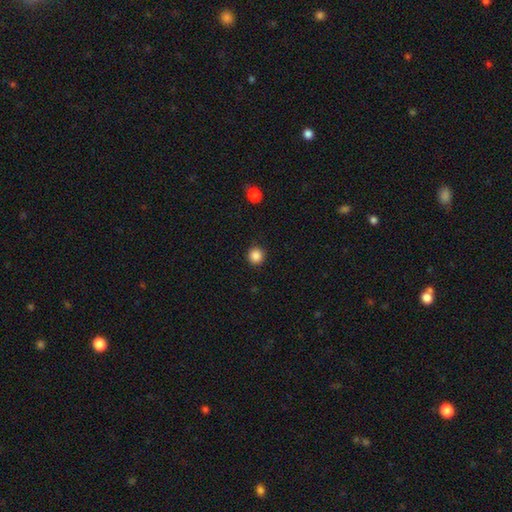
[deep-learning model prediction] This appears to be a smooth galaxy with no disk features (86%) that is round (95%). Merging: none (92%).